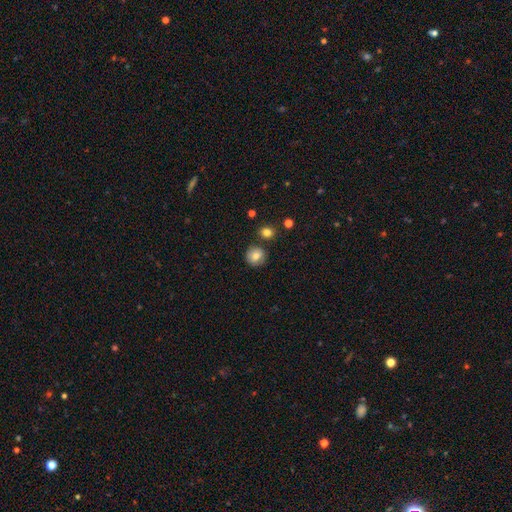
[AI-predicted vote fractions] The model was most divided on "smooth or featured": smooth: 79%, featured or disk: 11%, star or artifact: 10%. More confident: how rounded — round (92%); merging — none (84%).